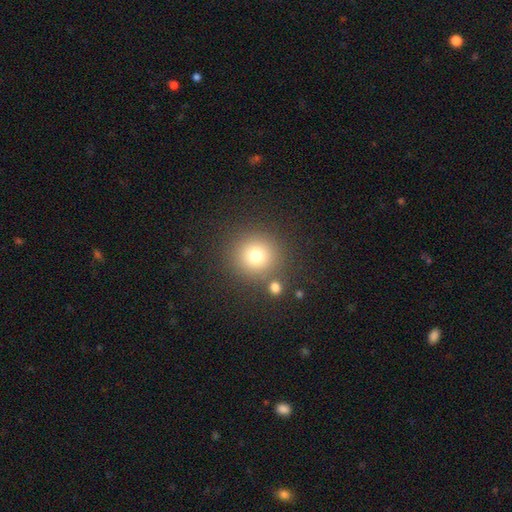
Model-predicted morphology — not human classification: Overall: smooth (76%). How rounded: round (93%). Merging: none (83%).